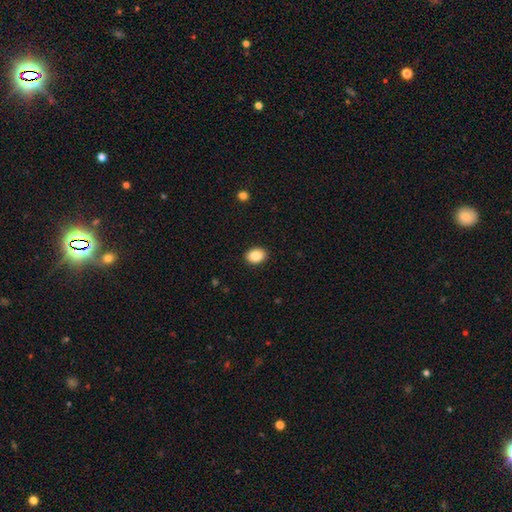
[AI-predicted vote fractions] Q: Smooth or featured?
A: smooth (88%); runner-up: star or artifact (8%)
Q: How rounded?
A: in between (71%); runner-up: round (28%)
Q: Merging?
A: none (91%); runner-up: minor disturbance (7%)